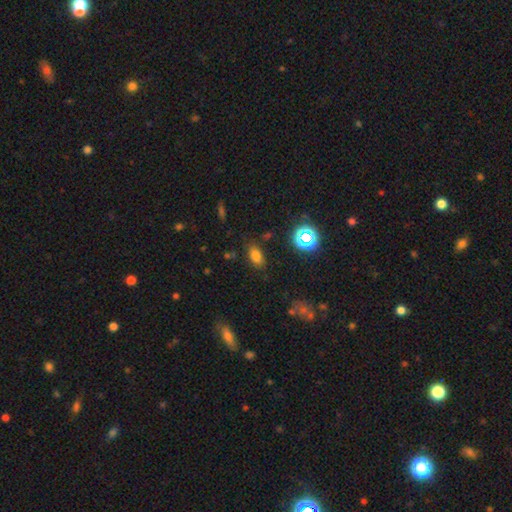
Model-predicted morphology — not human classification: Overall: smooth (72%). How rounded: in between (85%). Merging: none (80%).